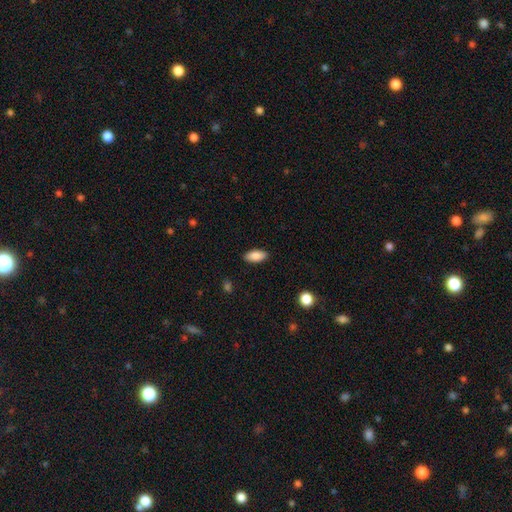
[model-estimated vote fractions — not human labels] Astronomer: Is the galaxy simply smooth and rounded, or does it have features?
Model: smooth — 88%.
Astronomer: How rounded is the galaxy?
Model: in between — 88%.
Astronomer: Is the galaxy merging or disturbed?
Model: none — 89%.